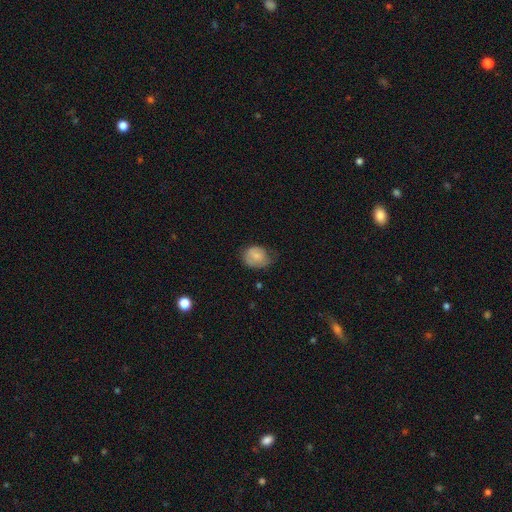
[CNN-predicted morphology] The model was most divided on "how rounded": round: 55%, in between: 44%, cigar-shaped: 1%. More confident: smooth or featured — smooth (73%); merging — none (52%).